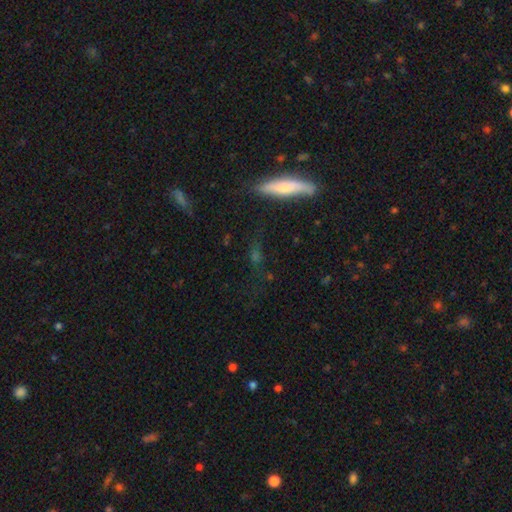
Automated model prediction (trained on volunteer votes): Smooth or featured?
  - smooth: 45% *
  - featured or disk: 33%
  - star or artifact: 21%
Merging?
  - none: 69% *
  - minor disturbance: 17%
  - major disturbance: 9%
  - merger: 5%